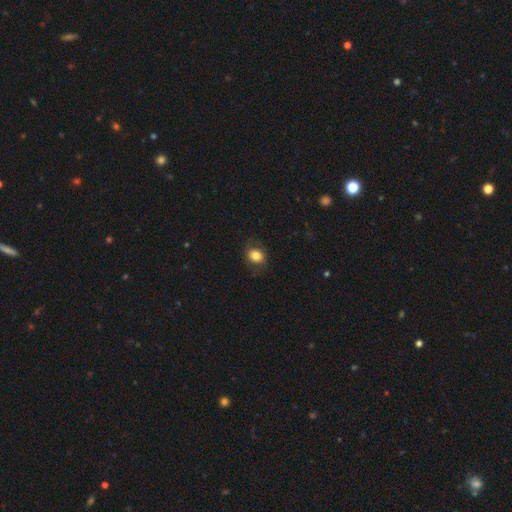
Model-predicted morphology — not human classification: smooth_or_featured: smooth (p=0.81) [alt: featured or disk p=0.10]
how_rounded: round (p=0.53) [alt: in between p=0.46]
merging: none (p=0.80) [alt: minor disturbance p=0.14]